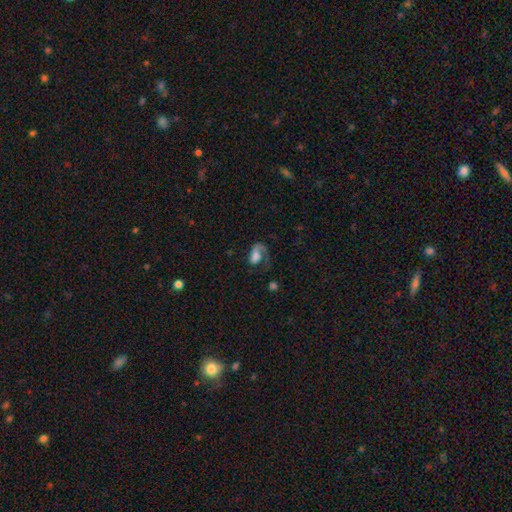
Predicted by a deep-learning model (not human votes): Morphology: type=featured or disk (56%); edge-on=no (96%); bar=no (64%); spiral arms=yes (84%); bulge=large (30%); merging=major disturbance (47%).